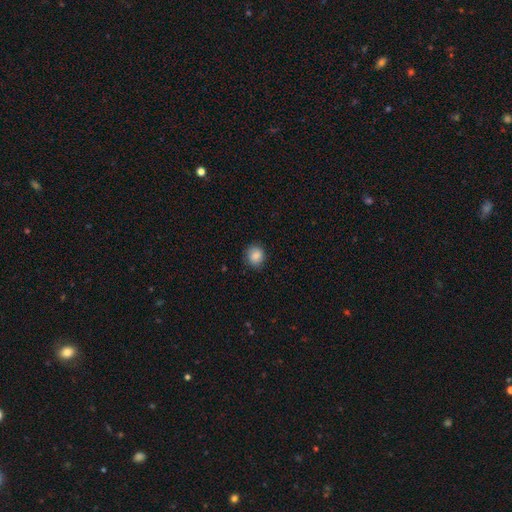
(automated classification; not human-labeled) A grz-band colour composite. It shows a smooth galaxy with no disk features (87%) that is round (80%). Merging: none (85%).